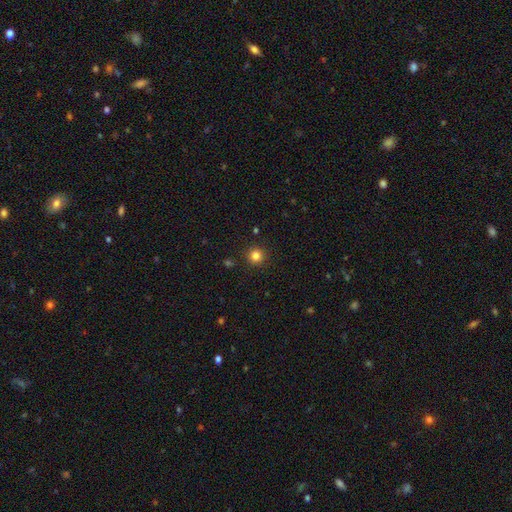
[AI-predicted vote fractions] Overall: smooth (83%). How rounded: round (95%). Merging: none (91%).